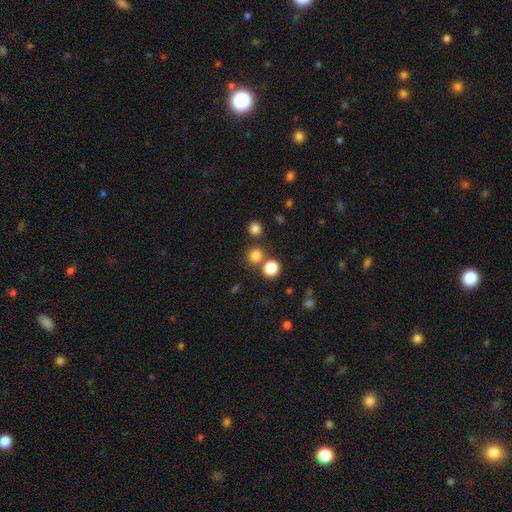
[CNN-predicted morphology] This is likely a smooth galaxy (79%). How rounded: clearly round (91%). Merging: likely none (74%).